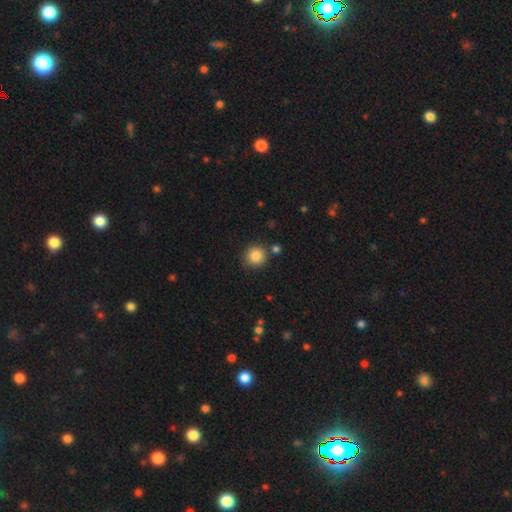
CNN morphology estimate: Smooth or featured? smooth (86%)
How rounded? round (91%)
Merging? none (83%)